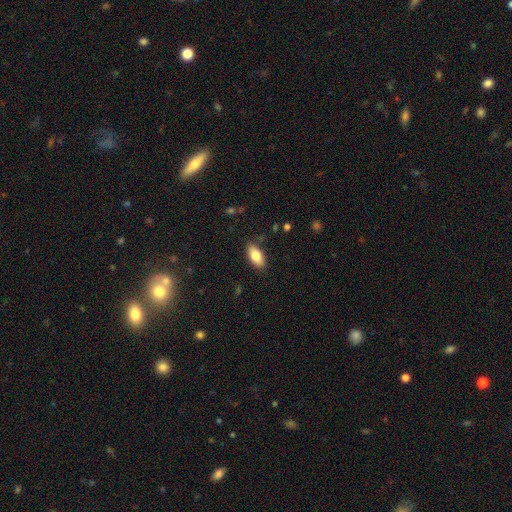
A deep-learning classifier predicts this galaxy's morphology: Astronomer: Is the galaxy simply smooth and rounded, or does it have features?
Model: smooth — 80%.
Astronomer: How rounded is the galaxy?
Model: in between — 88%.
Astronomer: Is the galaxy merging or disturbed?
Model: none — 87%.